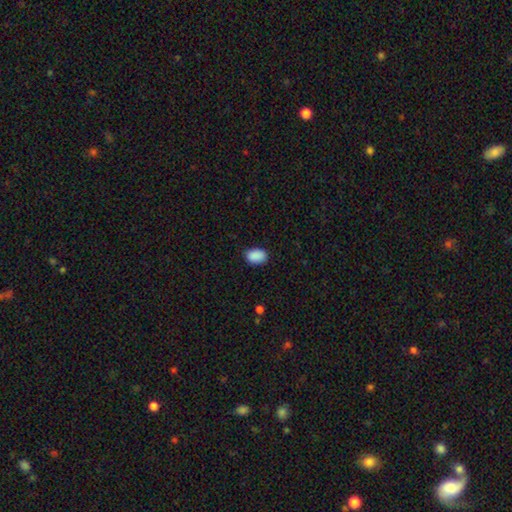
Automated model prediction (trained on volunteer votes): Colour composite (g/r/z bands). It shows a smooth galaxy with no disk features (90%) that is in between round and cigar-shaped (87%). Merging: none (86%).